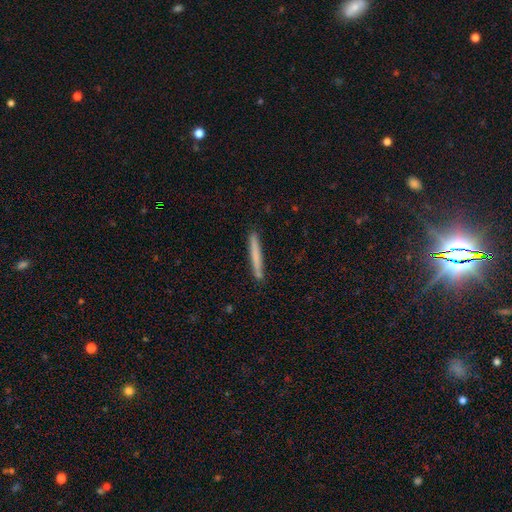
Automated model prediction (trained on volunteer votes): This appears to be a smooth galaxy with no disk features (69%) that is cigar-shaped (97%). Merging: none (88%).